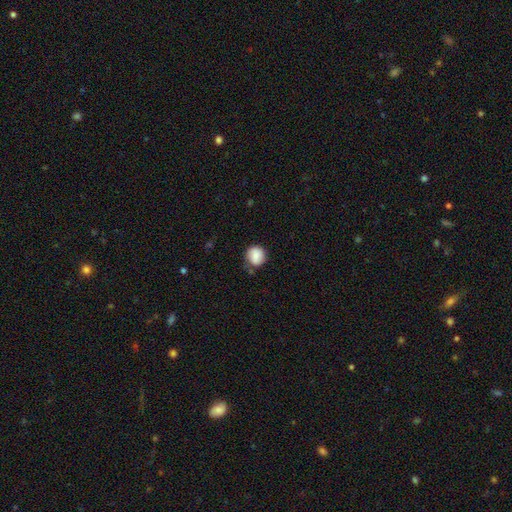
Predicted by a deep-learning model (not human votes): Smooth or featured? Predicted: smooth (p=0.82). How rounded? Predicted: round (p=0.88). Merging? Predicted: none (p=0.74).